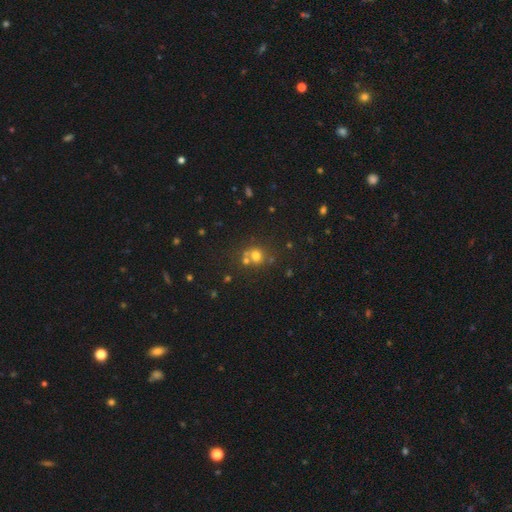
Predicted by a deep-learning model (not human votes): Overall: smooth (66%). How rounded: round (85%). Merging: none (56%; merger 31%).